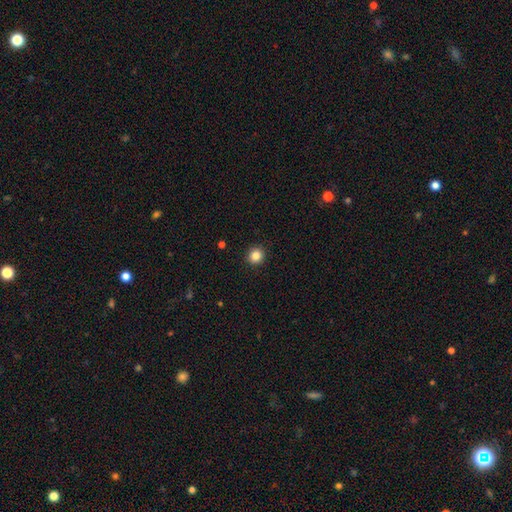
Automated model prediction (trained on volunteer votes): smooth 84%, star or artifact 11%, featured or disk 5%. Down the decision tree: how rounded — round (91%); merging — none (93%).